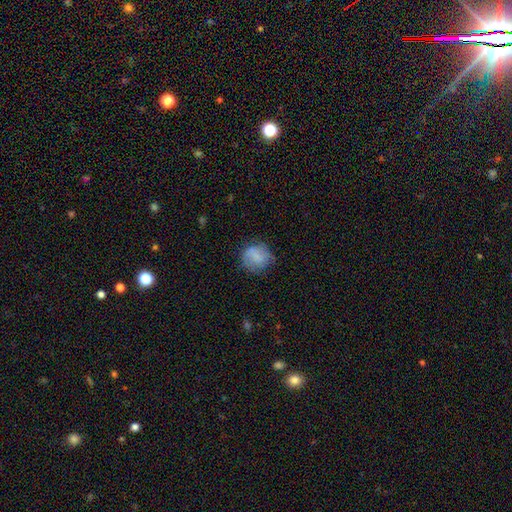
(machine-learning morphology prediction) type=smooth (73%); roundness=round (79%); merging=none (67%).